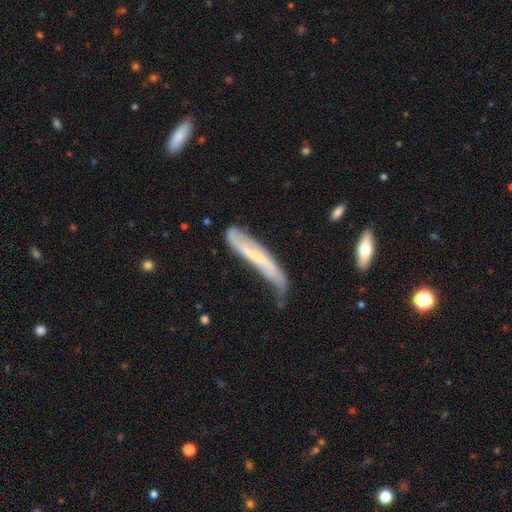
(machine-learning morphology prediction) smooth_or_featured: featured or disk (p=0.55) [alt: smooth p=0.38]
disk_edge_on: no (p=0.50) [tied with: yes p=0.50]
merging: minor disturbance (p=0.38) [alt: none p=0.29]